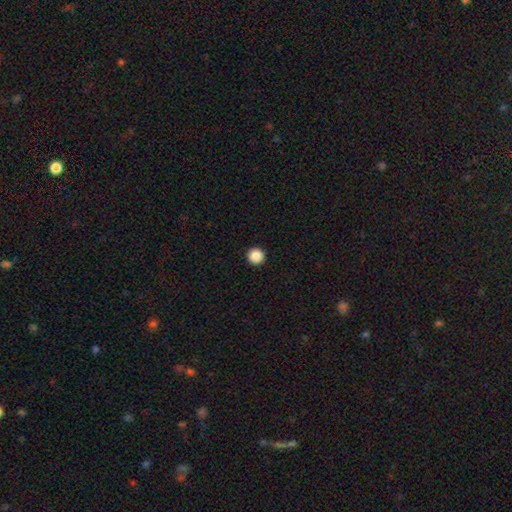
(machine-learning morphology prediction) smooth-or-featured: smooth: 88% | star or artifact: 10% | featured or disk: 3%
  how-rounded: round: 97% | in between: 2% | cigar-shaped: 1%
  merging: none: 94% | minor disturbance: 3% | major disturbance: 1% | merger: 1%